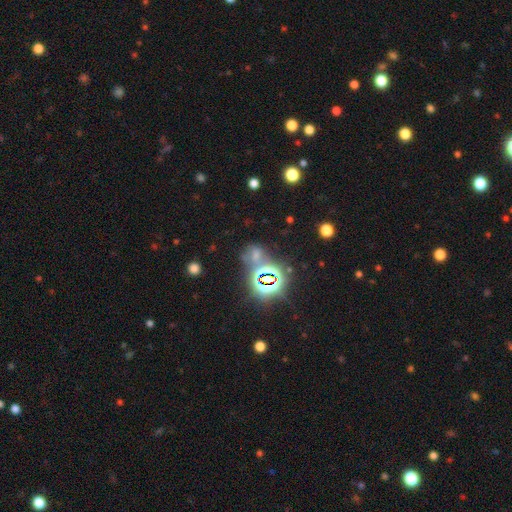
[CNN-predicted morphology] This is possibly a star or artifact rather than a galaxy (60%).